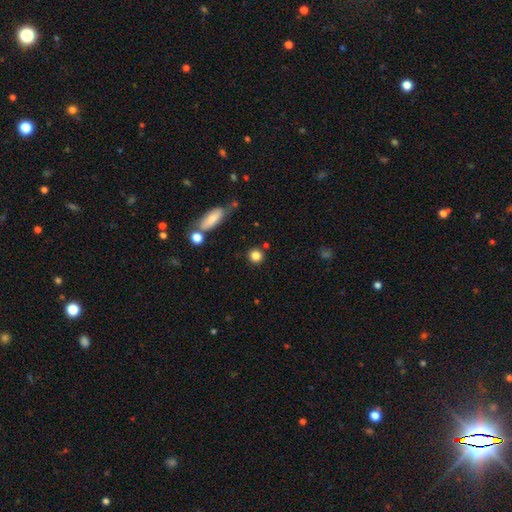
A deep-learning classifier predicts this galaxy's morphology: Smooth or featured? smooth (83%)
How rounded? round (89%)
Merging? none (83%)